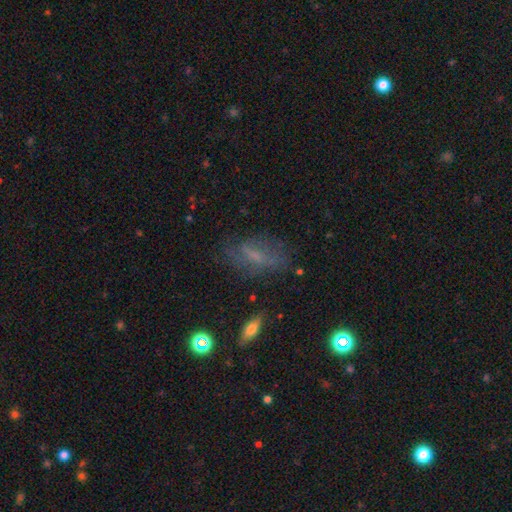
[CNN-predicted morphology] Smooth or featured? Predicted: smooth (p=0.43). Merging? Predicted: none (p=0.62).